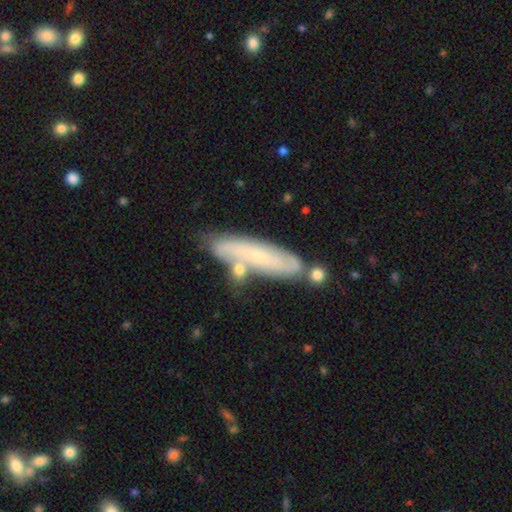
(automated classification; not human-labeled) Morphology: type=featured or disk (50%); merging=none (60%).